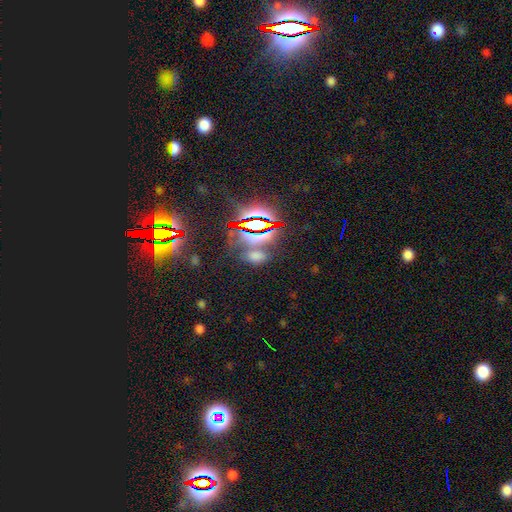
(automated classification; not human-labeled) Smooth or featured: star or artifact — 51% (smooth — 42%)